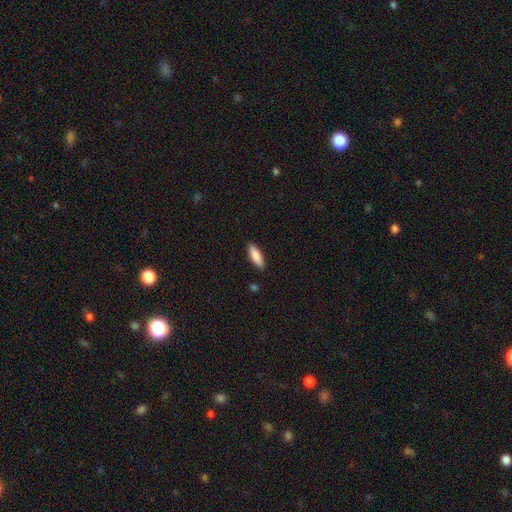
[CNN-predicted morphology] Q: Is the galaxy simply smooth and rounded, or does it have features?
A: smooth — 85%.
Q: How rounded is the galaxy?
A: cigar-shaped — 51%.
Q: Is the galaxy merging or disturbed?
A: none — 89%.